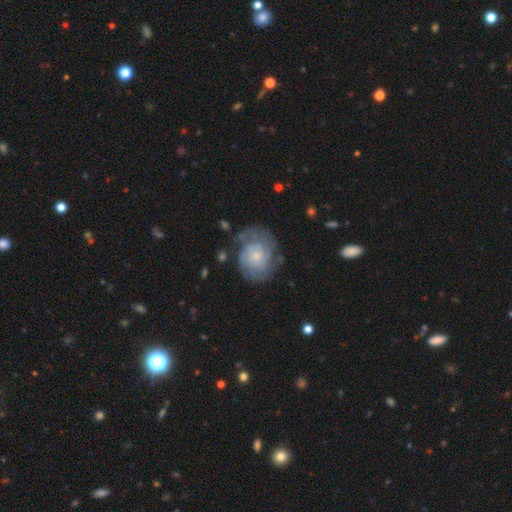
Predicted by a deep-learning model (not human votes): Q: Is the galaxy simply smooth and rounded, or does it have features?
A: featured or disk — 64%.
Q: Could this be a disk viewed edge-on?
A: no — 98%.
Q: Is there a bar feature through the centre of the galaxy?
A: no — 80%.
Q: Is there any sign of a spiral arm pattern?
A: yes — 81%.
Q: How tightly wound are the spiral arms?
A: tight — 55%.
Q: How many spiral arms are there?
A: can't tell — 47%.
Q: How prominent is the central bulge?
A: small — 70%.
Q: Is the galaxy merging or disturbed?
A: none — 54%.